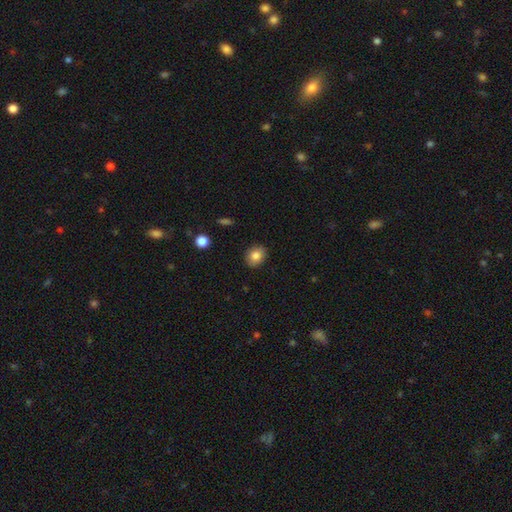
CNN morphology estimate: This appears to be a smooth galaxy with no disk features (83%) that is round (54%). Merging: none (89%).